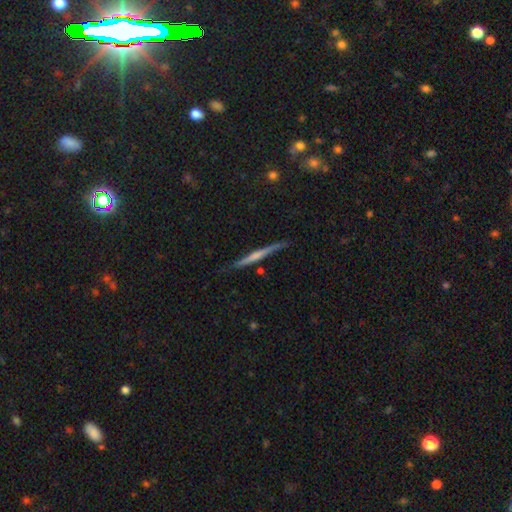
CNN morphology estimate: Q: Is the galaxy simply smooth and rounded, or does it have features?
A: featured or disk — 68%.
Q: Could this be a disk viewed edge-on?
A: yes — 98%.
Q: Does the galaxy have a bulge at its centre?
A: none — 45%.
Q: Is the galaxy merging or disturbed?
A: none — 89%.